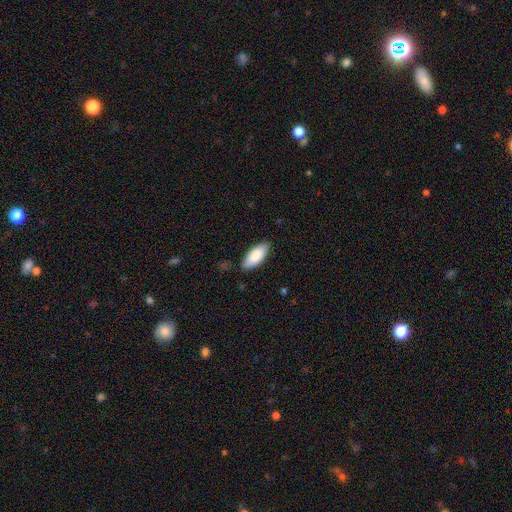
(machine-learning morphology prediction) Smooth or featured? Predicted: smooth (p=0.84). How rounded? Predicted: in between (p=0.87). Merging? Predicted: none (p=0.85).